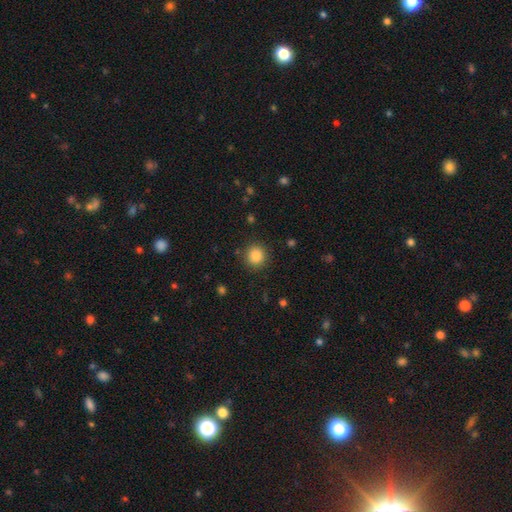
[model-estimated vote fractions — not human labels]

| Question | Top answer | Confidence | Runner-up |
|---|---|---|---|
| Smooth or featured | smooth | 86% | star or artifact (10%) |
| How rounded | round | 90% | in between (9%) |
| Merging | none | 88% | minor disturbance (7%) |